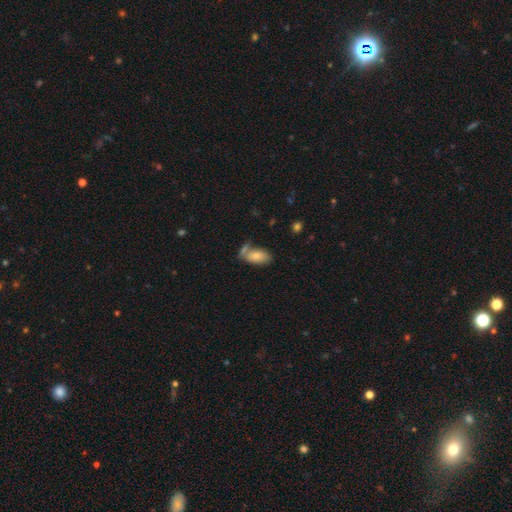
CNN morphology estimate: Q: Smooth or featured?
A: smooth (78%); runner-up: featured or disk (14%)
Q: How rounded?
A: in between (92%); runner-up: cigar-shaped (4%)
Q: Merging?
A: none (49%); runner-up: merger (27%)